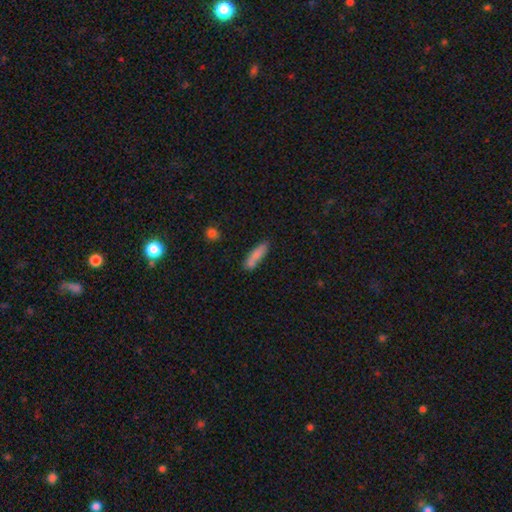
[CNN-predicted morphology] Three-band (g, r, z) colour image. It shows a smooth galaxy with no disk features (82%) that is cigar-shaped (67%). Merging: none (66%).